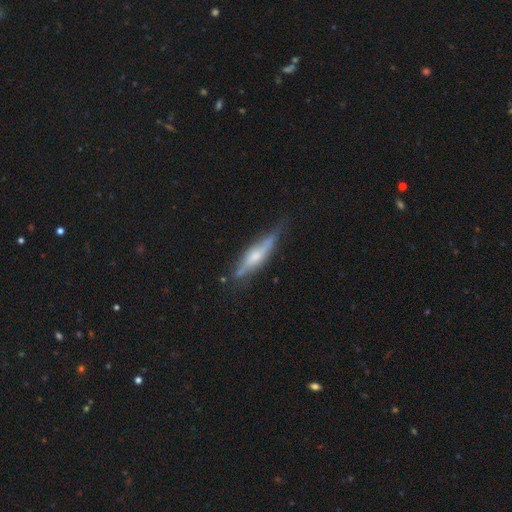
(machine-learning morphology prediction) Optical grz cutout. It shows a featured or disk galaxy (64%) viewed edge-on (89%) with a rounded central bulge (73%). Merging: none (69%).